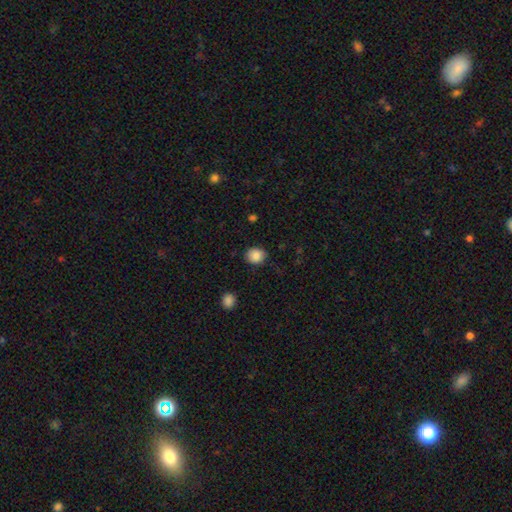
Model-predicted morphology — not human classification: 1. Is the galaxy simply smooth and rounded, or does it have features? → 87% smooth, 9% star or artifact, 4% featured or disk.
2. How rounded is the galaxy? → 72% round, 27% in between, 1% cigar-shaped.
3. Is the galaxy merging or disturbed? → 82% none, 14% minor disturbance, 3% major disturbance, 1% merger.